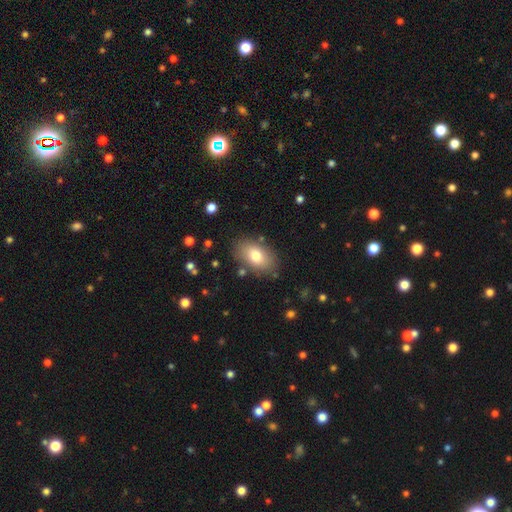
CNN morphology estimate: A smooth galaxy with no disk features (76%) that is in between round and cigar-shaped (89%). Merging: none (83%).